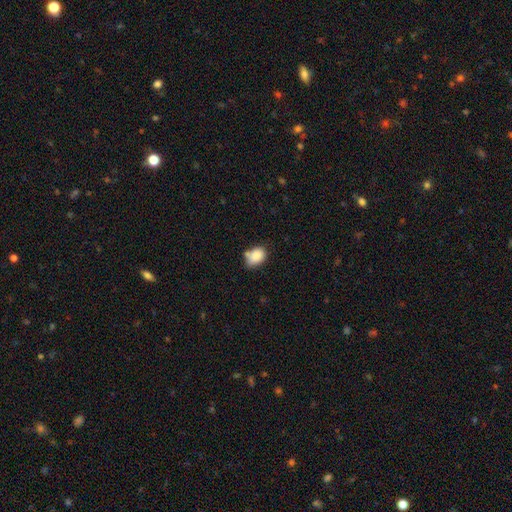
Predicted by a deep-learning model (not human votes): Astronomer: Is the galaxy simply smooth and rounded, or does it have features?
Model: smooth — 86%.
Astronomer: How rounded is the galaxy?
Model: in between — 78%.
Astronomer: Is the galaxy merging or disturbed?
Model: none — 59%.